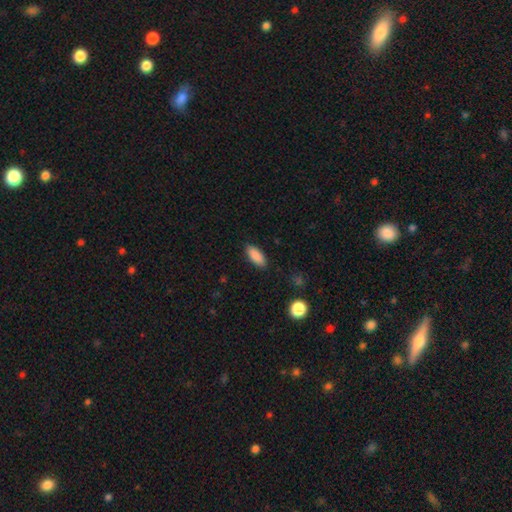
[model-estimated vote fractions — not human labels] Overall: smooth (89%). How rounded: in between (84%). Merging: none (87%).